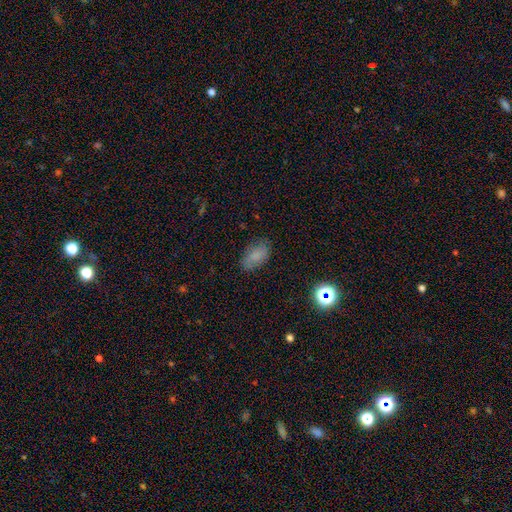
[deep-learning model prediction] smooth 78%, star or artifact 11%, featured or disk 11%. Down the decision tree: how rounded — in between (91%); merging — none (80%).